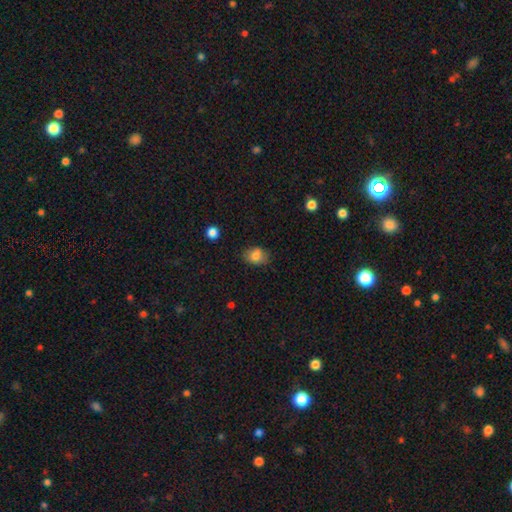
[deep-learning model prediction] Smooth or featured? Predicted: smooth (p=0.79). How rounded? Predicted: in between (p=0.66). Merging? Predicted: none (p=0.74).